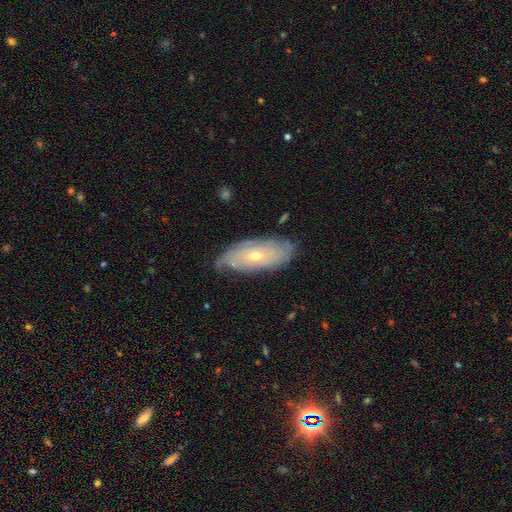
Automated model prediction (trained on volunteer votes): Smooth or featured? Predicted: featured or disk (p=0.65). Edge-on disk? Predicted: no (p=0.85). Bar? Predicted: no (p=0.79). Spiral arms? Predicted: yes (p=0.77). Bulge size? Predicted: small (p=0.57). Merging? Predicted: none (p=0.67).